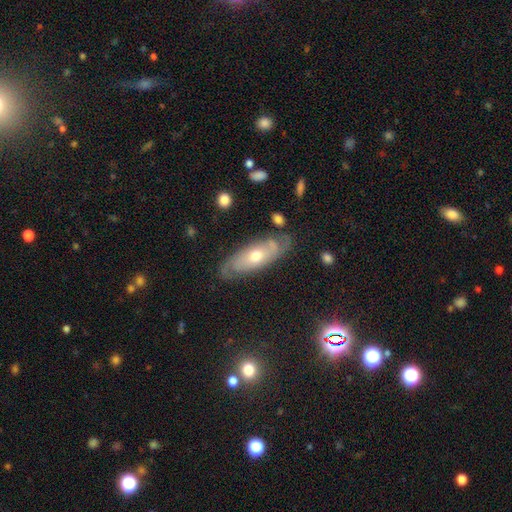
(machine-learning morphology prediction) type=featured or disk (68%); edge-on=no (76%); bar=no (79%); spiral arms=yes (77%); bulge=moderate (66%); merging=none (78%).